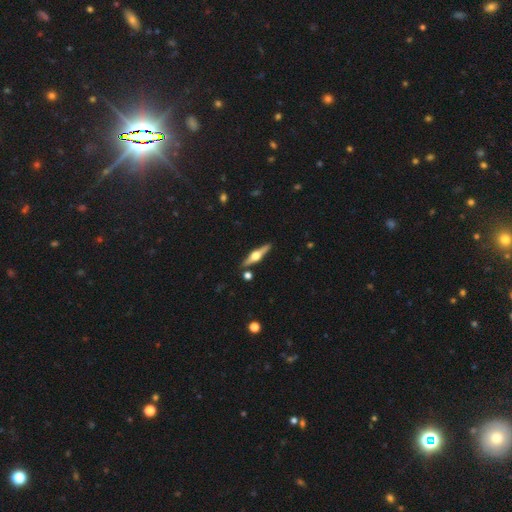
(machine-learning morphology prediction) A featured or disk galaxy (77%) viewed edge-on (98%) with a rounded central bulge (95%). Merging: none (89%).